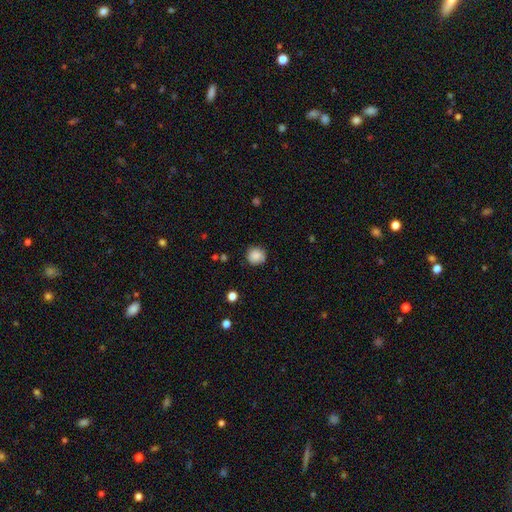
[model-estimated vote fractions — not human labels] smooth_or_featured: smooth (p=0.86) [alt: star or artifact p=0.09]
how_rounded: round (p=0.92) [alt: in between p=0.07]
merging: none (p=0.84) [alt: minor disturbance p=0.12]